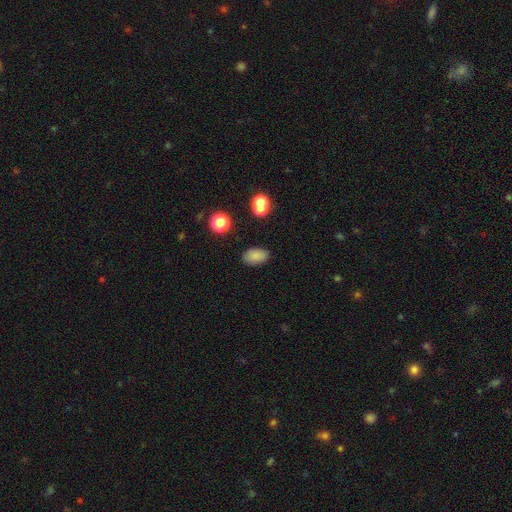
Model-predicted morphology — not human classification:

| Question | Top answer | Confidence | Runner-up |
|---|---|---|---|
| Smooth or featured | smooth | 82% | star or artifact (11%) |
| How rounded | in between | 90% | round (9%) |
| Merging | none | 83% | minor disturbance (11%) |